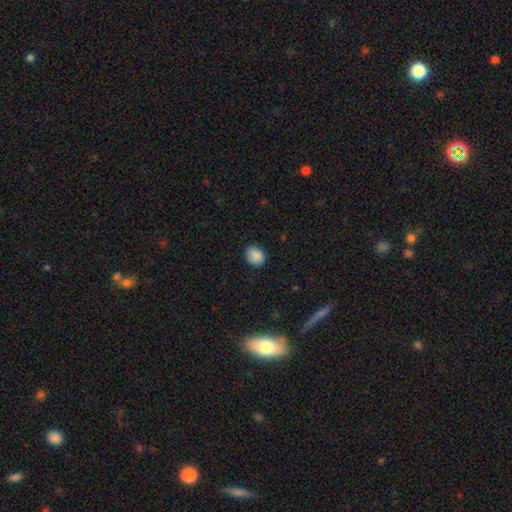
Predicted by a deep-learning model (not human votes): smooth-or-featured: smooth: 87% | star or artifact: 8% | featured or disk: 5%
  how-rounded: round: 59% | in between: 40% | cigar-shaped: 1%
  merging: none: 78% | minor disturbance: 18% | major disturbance: 3% | merger: 1%